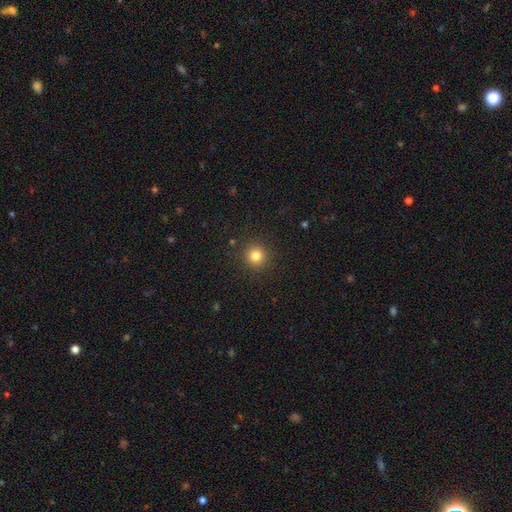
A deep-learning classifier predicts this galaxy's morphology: This appears to be a smooth galaxy with no disk features (82%) that is round (94%). Merging: none (91%).